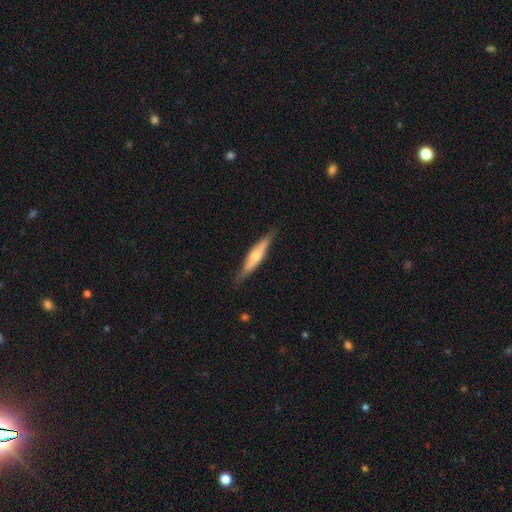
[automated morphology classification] Smooth or featured: featured or disk — 56% (smooth — 39%)
Edge-on disk: yes — 92% (no — 8%)
Edge-on bulge: rounded — 83% (none — 9%)
Merging: none — 85% (minor disturbance — 11%)